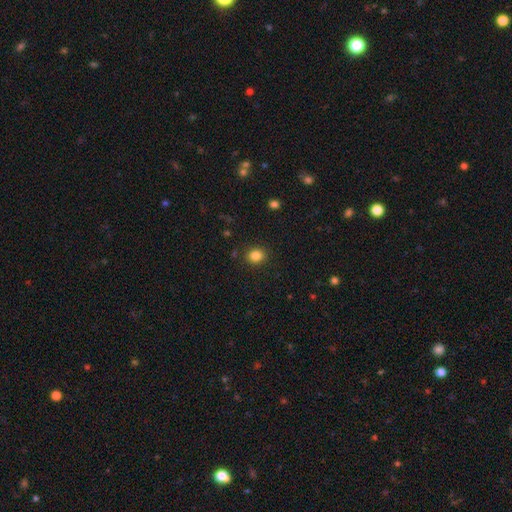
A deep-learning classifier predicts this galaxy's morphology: Smooth or featured: smooth — 84% (star or artifact — 11%)
How rounded: round — 66% (in between — 33%)
Merging: none — 89% (minor disturbance — 8%)